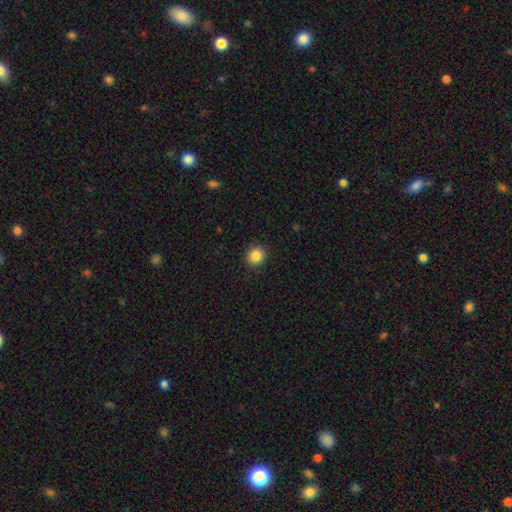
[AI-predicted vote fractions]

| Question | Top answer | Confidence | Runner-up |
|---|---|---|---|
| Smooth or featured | smooth | 86% | star or artifact (10%) |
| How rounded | round | 86% | in between (13%) |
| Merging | none | 90% | minor disturbance (7%) |